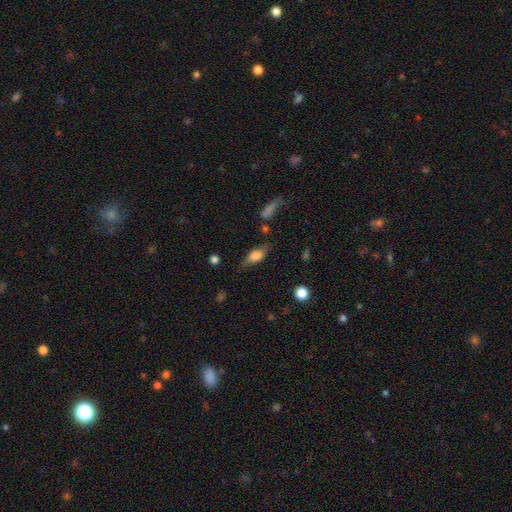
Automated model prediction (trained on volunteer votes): This is likely a smooth galaxy (65%). How rounded: likely in between (77%). Merging: likely none (66%).